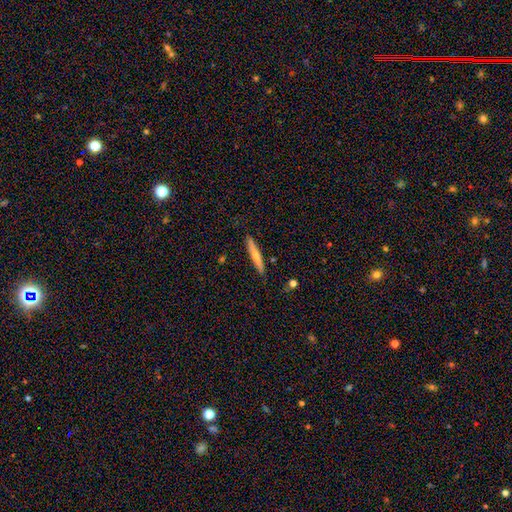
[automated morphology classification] A smooth galaxy with no disk features (52%) that is cigar-shaped (94%). Merging: none (89%).